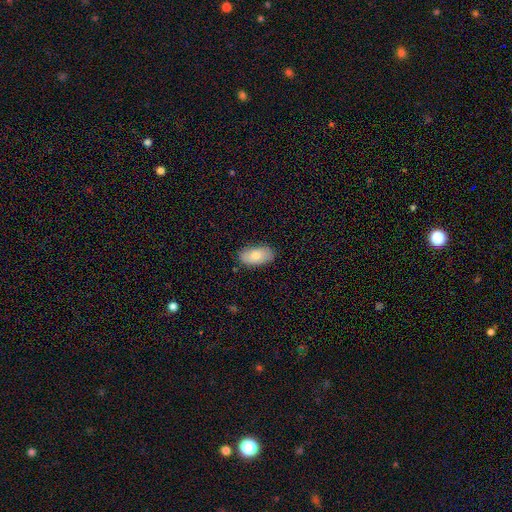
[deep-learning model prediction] smooth_or_featured: smooth (p=0.75) [alt: featured or disk p=0.19]
how_rounded: in between (p=0.94) [alt: round p=0.04]
merging: none (p=0.84) [alt: minor disturbance p=0.12]